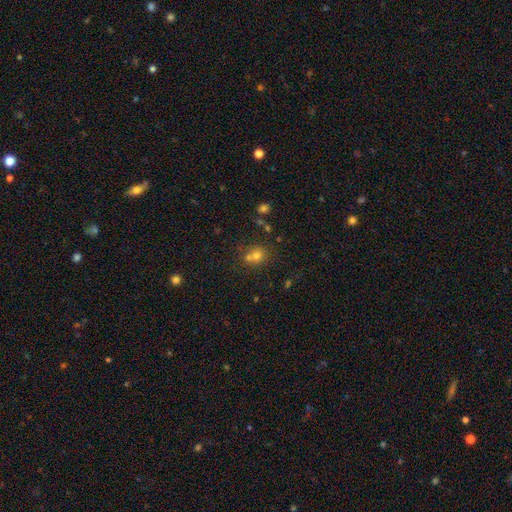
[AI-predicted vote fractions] Smooth or featured?
  - smooth: 64% *
  - star or artifact: 23%
  - featured or disk: 13%
How rounded?
  - round: 79% *
  - in between: 20%
  - cigar-shaped: 1%
Merging?
  - none: 51% *
  - merger: 37%
  - minor disturbance: 8%
  - major disturbance: 3%